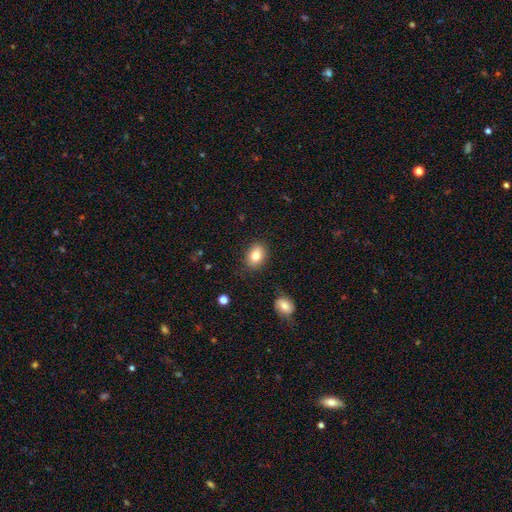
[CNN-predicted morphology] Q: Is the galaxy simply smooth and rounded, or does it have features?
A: smooth — 80%.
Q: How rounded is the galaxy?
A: in between — 70%.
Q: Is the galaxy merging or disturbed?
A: none — 84%.